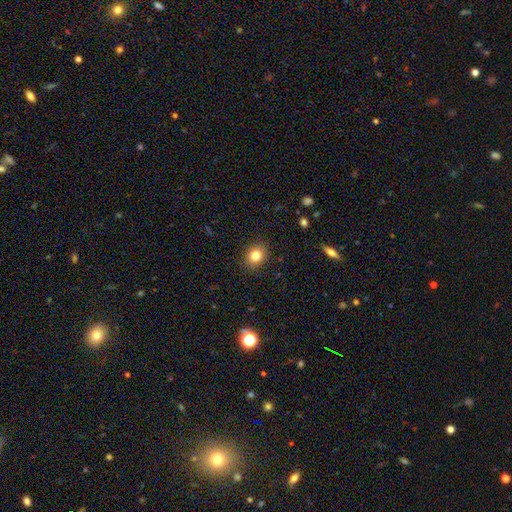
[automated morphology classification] smooth 82%, star or artifact 11%, featured or disk 7%. Down the decision tree: how rounded — round (68%); merging — none (90%).